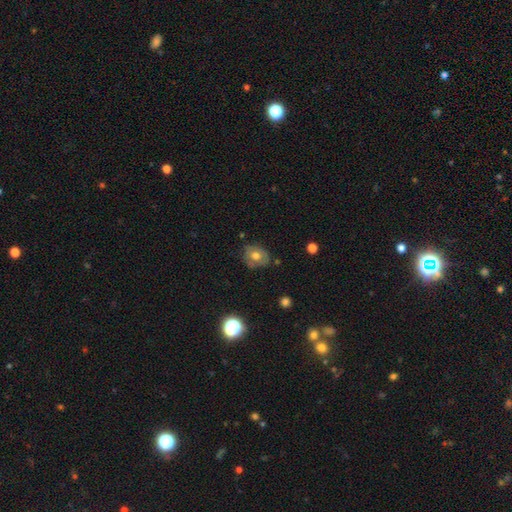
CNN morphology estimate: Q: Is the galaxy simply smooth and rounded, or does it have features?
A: smooth — 64%.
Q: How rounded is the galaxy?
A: round — 53%.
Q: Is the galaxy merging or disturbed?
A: none — 72%.